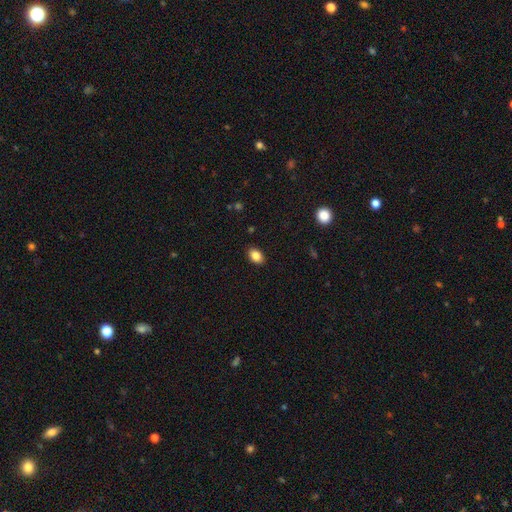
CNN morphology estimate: The model was most divided on "how rounded": in between: 83%, round: 16%, cigar-shaped: 1%. More confident: merging — none (89%); smooth or featured — smooth (85%).